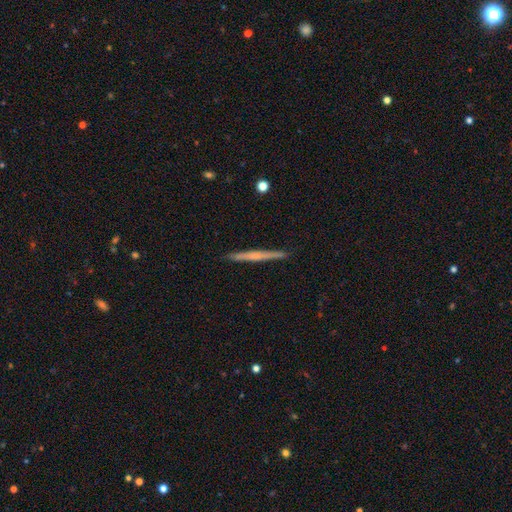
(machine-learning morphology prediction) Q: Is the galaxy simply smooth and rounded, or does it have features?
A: featured or disk — 52%.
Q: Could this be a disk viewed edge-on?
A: yes — 98%.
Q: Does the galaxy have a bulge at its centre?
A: none — 71%.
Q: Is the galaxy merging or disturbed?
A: none — 91%.